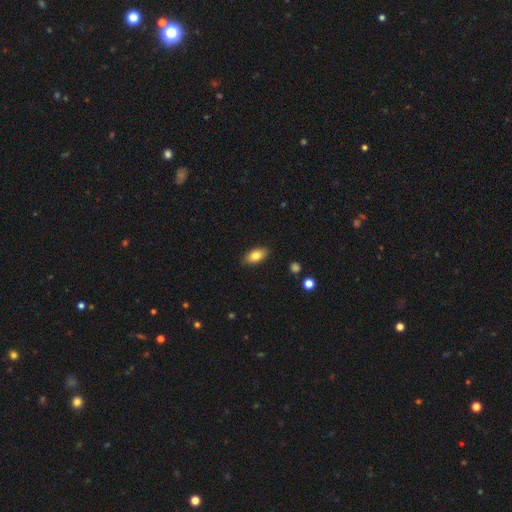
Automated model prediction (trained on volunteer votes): Smooth or featured? smooth (78%)
How rounded? in between (89%)
Merging? none (87%)